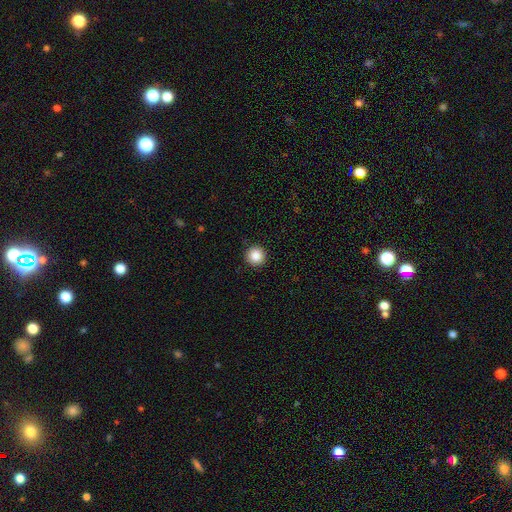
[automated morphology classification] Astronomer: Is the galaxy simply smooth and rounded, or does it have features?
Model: smooth — 87%.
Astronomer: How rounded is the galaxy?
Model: round — 96%.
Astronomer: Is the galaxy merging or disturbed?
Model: none — 93%.